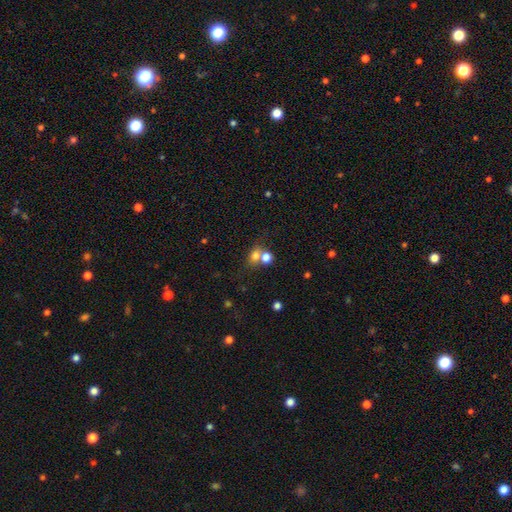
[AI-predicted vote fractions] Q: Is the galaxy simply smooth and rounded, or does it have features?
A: smooth — 73%.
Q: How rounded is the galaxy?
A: round — 57%.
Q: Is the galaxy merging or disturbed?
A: merger — 44%.